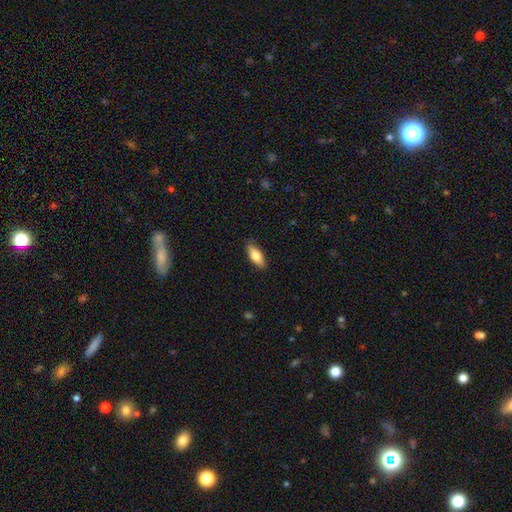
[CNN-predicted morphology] Q: Smooth or featured?
A: smooth (78%); runner-up: featured or disk (16%)
Q: How rounded?
A: in between (75%); runner-up: cigar-shaped (23%)
Q: Merging?
A: none (87%); runner-up: minor disturbance (10%)